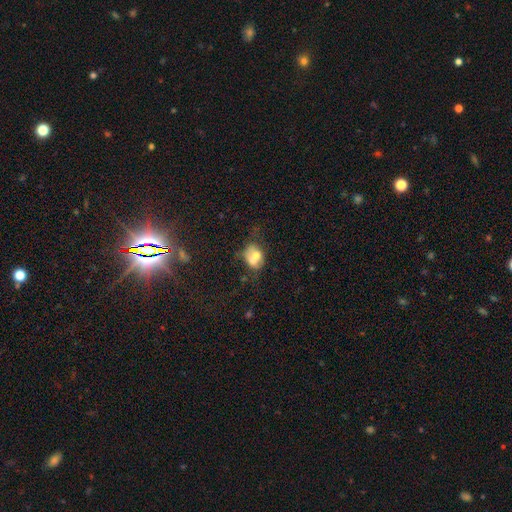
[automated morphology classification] smooth 55%, featured or disk 33%, star or artifact 12%. Down the decision tree: how rounded — in between (60%); merging — merger (41%).